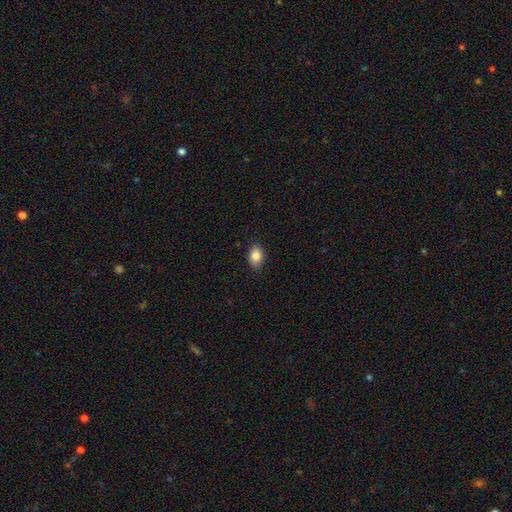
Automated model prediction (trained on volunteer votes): smooth-or-featured: smooth: 86% | star or artifact: 8% | featured or disk: 6%
  how-rounded: in between: 81% | round: 17% | cigar-shaped: 1%
  merging: none: 85% | minor disturbance: 11% | major disturbance: 2% | merger: 1%